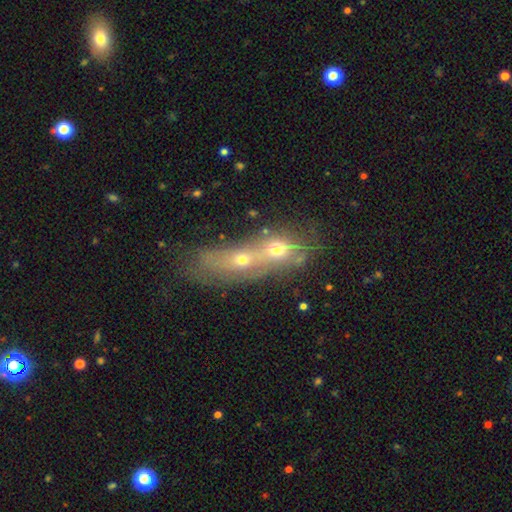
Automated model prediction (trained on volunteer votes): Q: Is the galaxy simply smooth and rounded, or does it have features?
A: smooth — 43%.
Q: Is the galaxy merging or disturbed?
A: merger — 75%.